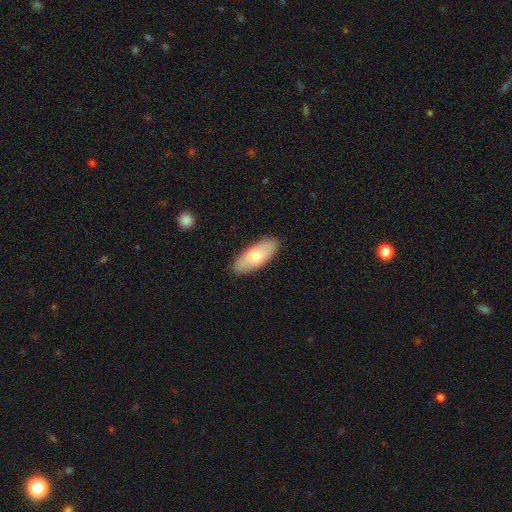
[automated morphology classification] The model was most divided on "smooth or featured": smooth: 72%, featured or disk: 22%, star or artifact: 6%. More confident: merging — none (89%); how rounded — in between (82%).